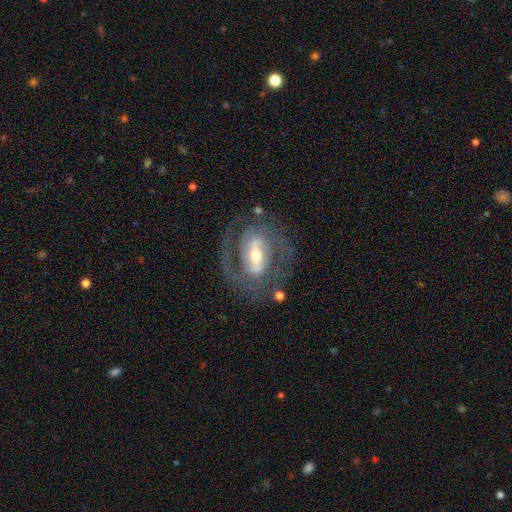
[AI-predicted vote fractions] smooth-or-featured: featured or disk: 82% | smooth: 11% | star or artifact: 7%
  disk-edge-on: no: 94% | yes: 6%
    bar: strong: 47% | weak: 34% | no: 19%
    has-spiral-arms: yes: 83% | no: 17%
      spiral-winding: tight: 44% | medium: 43% | loose: 13%
      spiral-arm-count: 2: 74% | can't tell: 14% | 1: 5% | 3: 4% | 4: 2% | more than 4: 2%
    bulge-size: moderate: 51% | small: 38% | large: 8% | none: 1% | dominant: 1%
  merging: none: 72% | minor disturbance: 14% | major disturbance: 12% | merger: 3%